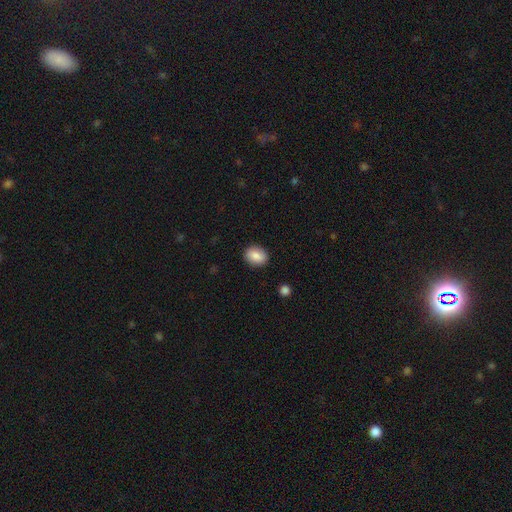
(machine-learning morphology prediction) smooth-or-featured: smooth: 83% | featured or disk: 9% | star or artifact: 8%
  how-rounded: in between: 58% | round: 41% | cigar-shaped: 1%
  merging: none: 88% | minor disturbance: 9% | major disturbance: 2% | merger: 1%